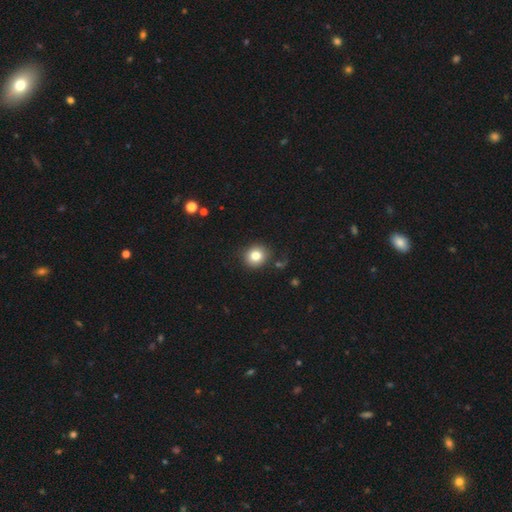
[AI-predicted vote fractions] Smooth or featured? Predicted: smooth (p=0.82). How rounded? Predicted: round (p=0.82). Merging? Predicted: none (p=0.85).